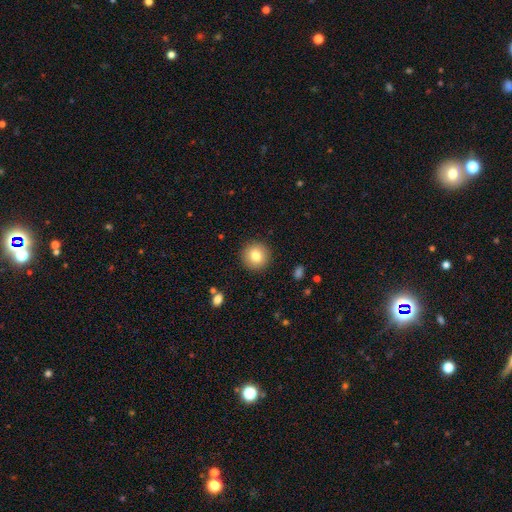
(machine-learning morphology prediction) Smooth or featured? Predicted: smooth (p=0.81). How rounded? Predicted: round (p=0.94). Merging? Predicted: none (p=0.91).